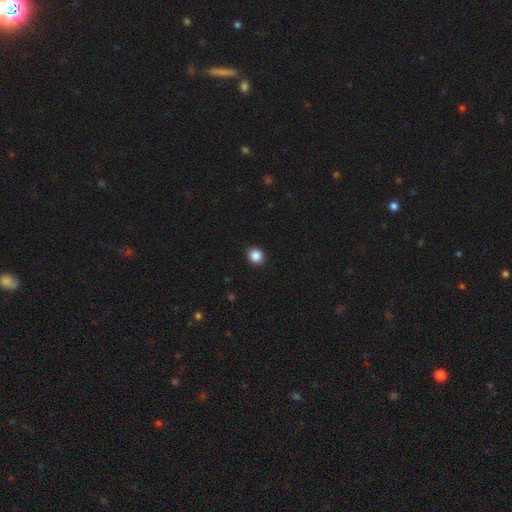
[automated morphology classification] The model was most divided on "how rounded": round: 85%, in between: 14%, cigar-shaped: 1%. More confident: merging — none (92%); smooth or featured — smooth (88%).